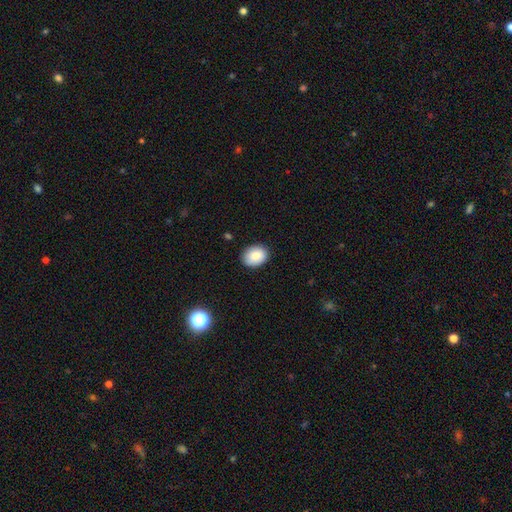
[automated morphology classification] Smooth or featured? Predicted: smooth (p=0.85). How rounded? Predicted: in between (p=0.64). Merging? Predicted: none (p=0.87).